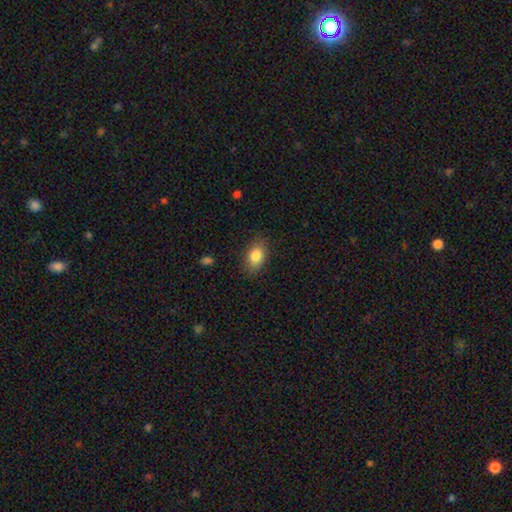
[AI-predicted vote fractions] Q: Smooth or featured?
A: smooth (83%); runner-up: featured or disk (9%)
Q: How rounded?
A: in between (84%); runner-up: round (15%)
Q: Merging?
A: none (82%); runner-up: minor disturbance (14%)